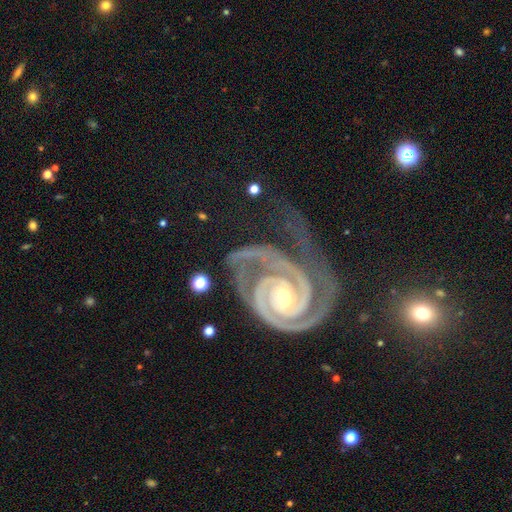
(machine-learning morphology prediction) Overall: featured or disk (93%). Edge-on disk: no (97%). Bar: no (50%; weak 28%). Spiral arms: yes (99%). Spiral arm count: 2 (65%). Spiral winding: tight (77%). Bulge size: small (50%; moderate 46%). Merging: none (59%; minor disturbance 22%).